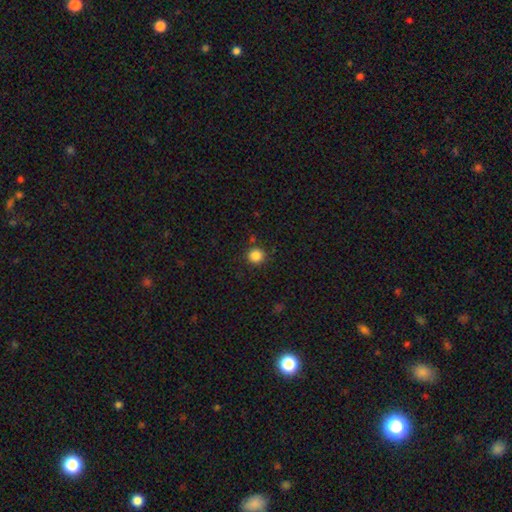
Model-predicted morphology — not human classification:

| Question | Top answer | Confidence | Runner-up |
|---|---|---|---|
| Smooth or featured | smooth | 85% | star or artifact (12%) |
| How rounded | round | 93% | in between (6%) |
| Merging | none | 87% | minor disturbance (7%) |